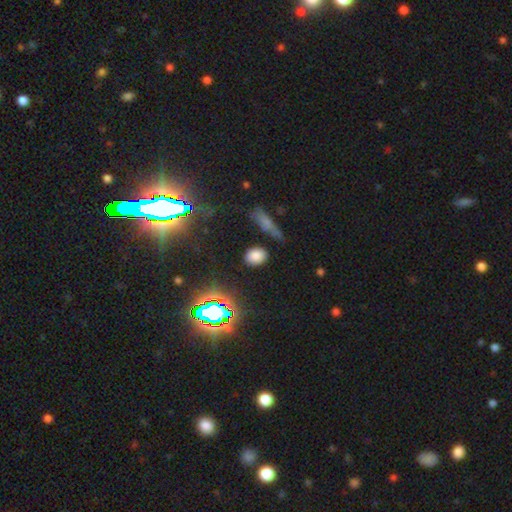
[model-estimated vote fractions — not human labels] Smooth or featured? Predicted: smooth (p=0.75). How rounded? Predicted: in between (p=0.56). Merging? Predicted: none (p=0.82).